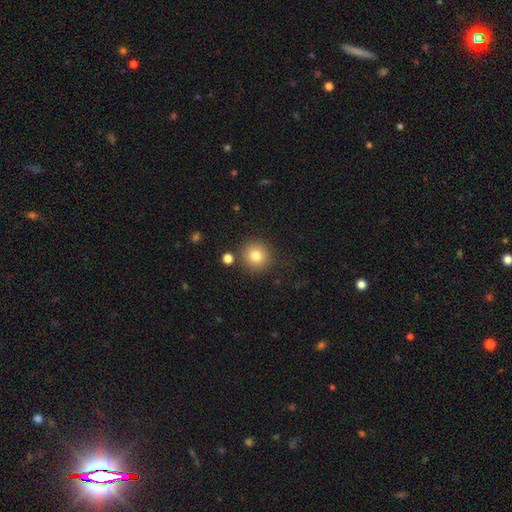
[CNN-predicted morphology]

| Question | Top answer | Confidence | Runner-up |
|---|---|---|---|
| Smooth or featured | smooth | 81% | star or artifact (11%) |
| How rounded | round | 93% | in between (6%) |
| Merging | none | 86% | minor disturbance (7%) |